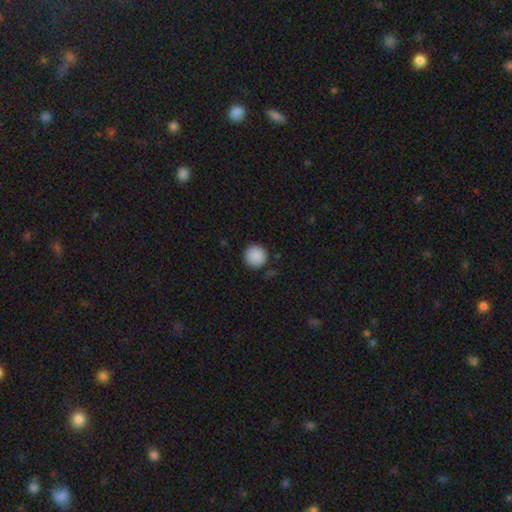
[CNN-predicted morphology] This is clearly a smooth galaxy (90%). How rounded: clearly round (95%). Merging: clearly none (90%).